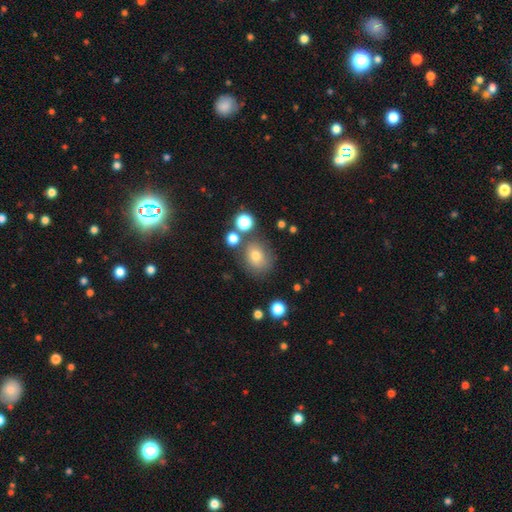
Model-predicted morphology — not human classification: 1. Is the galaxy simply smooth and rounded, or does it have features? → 73% smooth, 15% star or artifact, 13% featured or disk.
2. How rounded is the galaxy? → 68% round, 31% in between, 1% cigar-shaped.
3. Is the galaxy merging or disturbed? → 70% none, 15% minor disturbance, 10% merger, 6% major disturbance.